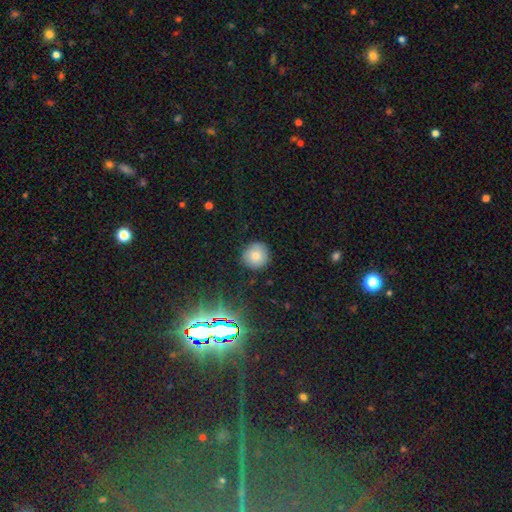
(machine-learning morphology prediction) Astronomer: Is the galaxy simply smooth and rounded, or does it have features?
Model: smooth — 76%.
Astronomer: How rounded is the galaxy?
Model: round — 93%.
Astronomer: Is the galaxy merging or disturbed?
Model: none — 88%.